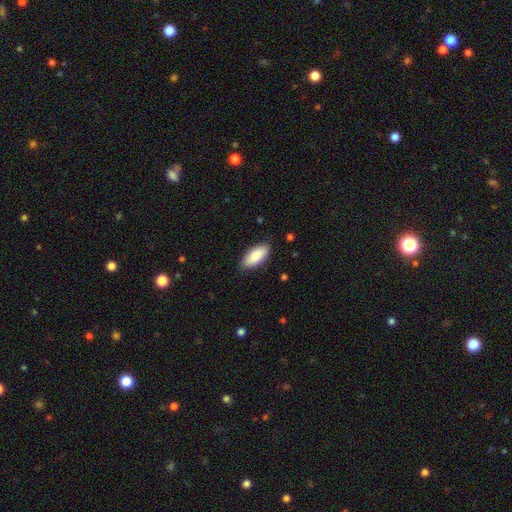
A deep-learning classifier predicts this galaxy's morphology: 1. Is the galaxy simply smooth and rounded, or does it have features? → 87% smooth, 7% featured or disk, 6% star or artifact.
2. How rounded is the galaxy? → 85% in between, 13% cigar-shaped, 2% round.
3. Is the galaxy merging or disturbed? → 85% none, 11% minor disturbance, 2% major disturbance, 1% merger.